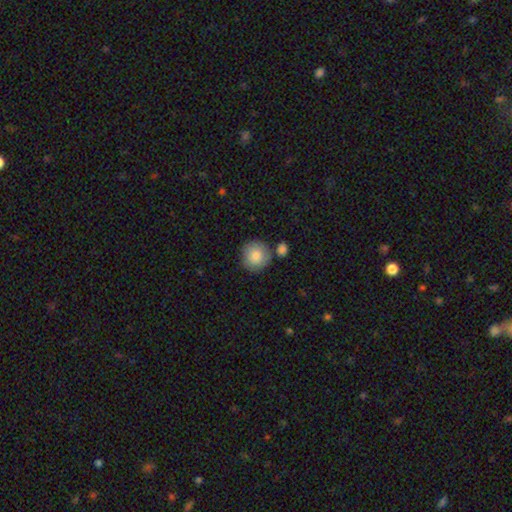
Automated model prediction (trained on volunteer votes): Overall: smooth (85%). How rounded: round (92%). Merging: none (73%).